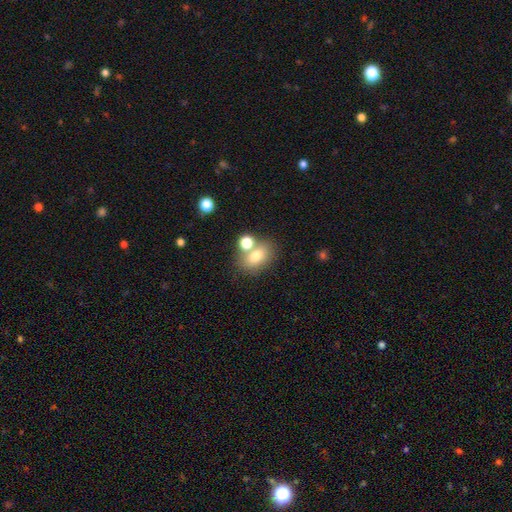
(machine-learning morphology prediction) This appears to be a smooth galaxy with no disk features (74%) that is in between round and cigar-shaped (68%). Merging: none (58%).